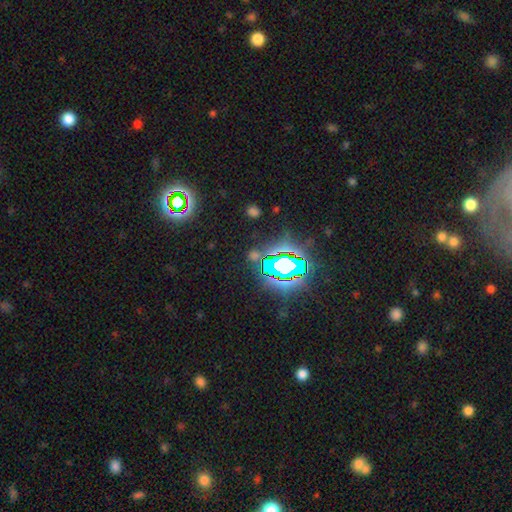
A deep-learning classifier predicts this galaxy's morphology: Smooth or featured? star or artifact (67%)